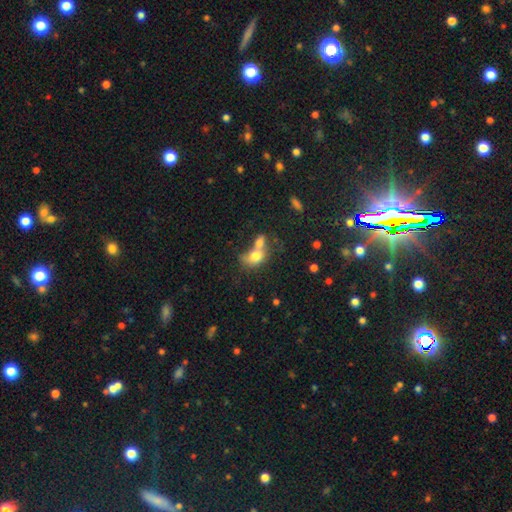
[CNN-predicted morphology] type=smooth (72%); roundness=in between (65%); merging=merger (66%).